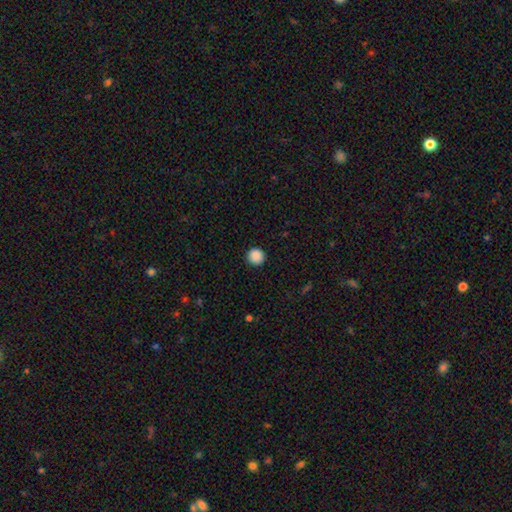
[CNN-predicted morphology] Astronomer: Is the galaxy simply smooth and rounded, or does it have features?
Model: smooth — 89%.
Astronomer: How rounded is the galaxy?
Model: round — 95%.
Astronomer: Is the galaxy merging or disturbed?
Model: none — 92%.